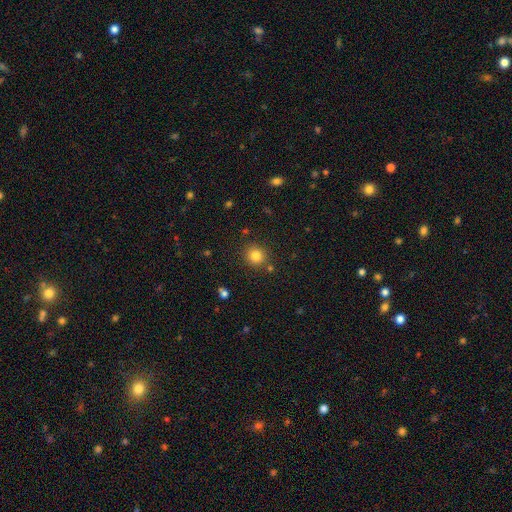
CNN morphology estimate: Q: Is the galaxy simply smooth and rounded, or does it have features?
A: smooth — 82%.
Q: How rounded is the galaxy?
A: round — 90%.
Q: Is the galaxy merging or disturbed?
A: none — 85%.